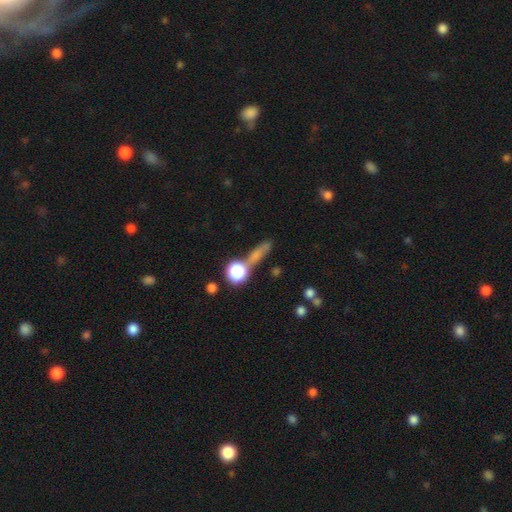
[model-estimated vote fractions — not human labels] Smooth or featured? Predicted: smooth (p=0.58). How rounded? Predicted: cigar-shaped (p=0.53). Merging? Predicted: none (p=0.61).